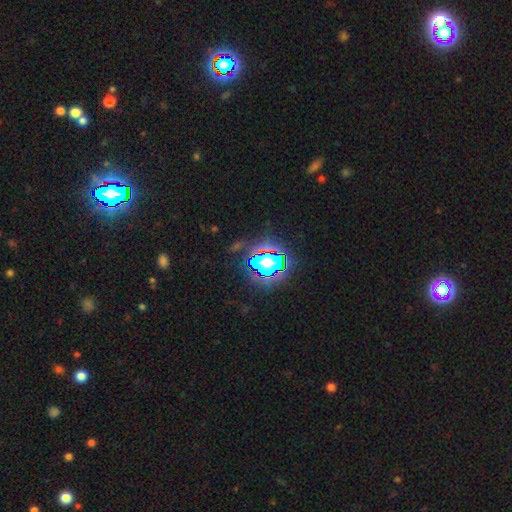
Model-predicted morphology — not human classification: This is clearly a star or artifact rather than a galaxy (82%).